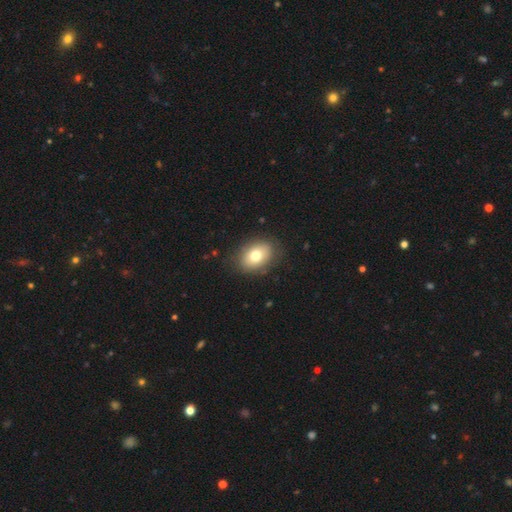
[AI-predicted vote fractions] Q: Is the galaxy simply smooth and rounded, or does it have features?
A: smooth — 75%.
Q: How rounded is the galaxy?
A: in between — 77%.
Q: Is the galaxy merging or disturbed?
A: none — 82%.